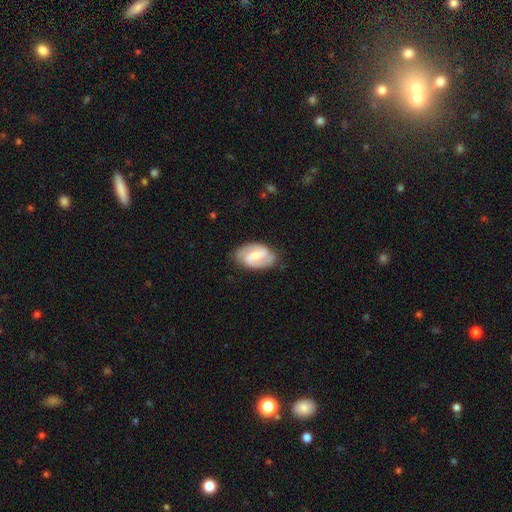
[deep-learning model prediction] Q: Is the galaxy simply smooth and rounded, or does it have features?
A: featured or disk — 80%.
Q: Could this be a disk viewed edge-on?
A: no — 97%.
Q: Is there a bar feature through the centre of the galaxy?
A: weak — 52%.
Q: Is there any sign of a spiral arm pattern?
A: yes — 94%.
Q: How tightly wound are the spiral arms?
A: medium — 50%.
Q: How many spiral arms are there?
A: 2 — 90%.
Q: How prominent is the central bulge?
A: moderate — 49%.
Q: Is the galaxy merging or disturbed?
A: none — 80%.